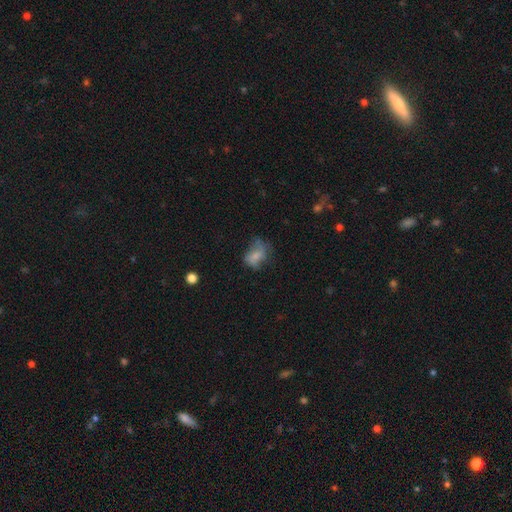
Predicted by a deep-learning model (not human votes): This is likely a smooth galaxy (60%). How rounded: likely in between (76%). Merging: marginally none (39%).